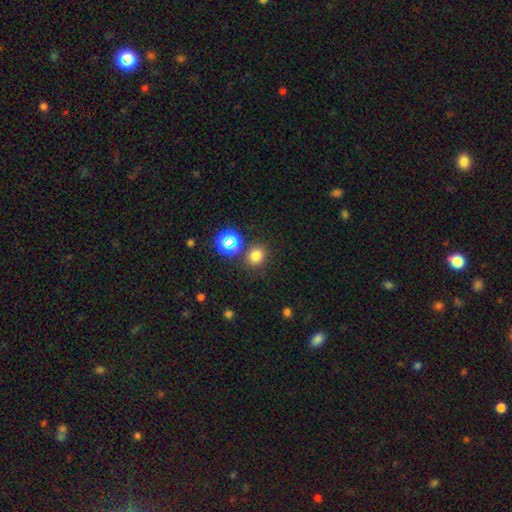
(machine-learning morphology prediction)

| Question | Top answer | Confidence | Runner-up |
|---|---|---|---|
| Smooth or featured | smooth | 75% | star or artifact (20%) |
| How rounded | round | 84% | in between (15%) |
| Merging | none | 81% | minor disturbance (8%) |